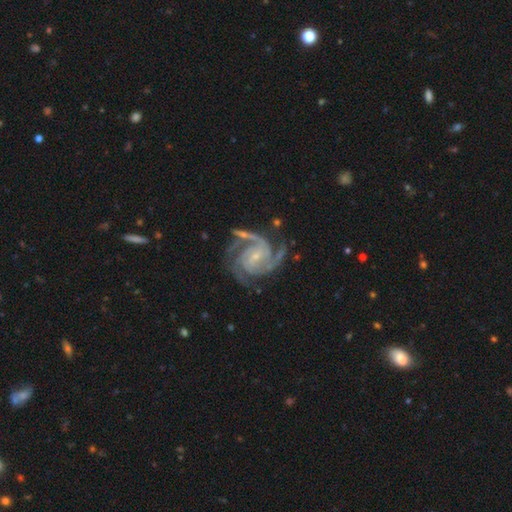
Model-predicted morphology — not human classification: smooth-or-featured: featured or disk: 93% | star or artifact: 4% | smooth: 3%
  disk-edge-on: no: 98% | yes: 2%
    bar: no: 42% | weak: 39% | strong: 19%
    has-spiral-arms: yes: 99% | no: 1%
      spiral-winding: tight: 54% | medium: 42% | loose: 5%
      spiral-arm-count: 3: 50% | 2: 19% | 4: 15% | can't tell: 6% | more than 4: 5% | 1: 5%
    bulge-size: small: 79% | moderate: 14% | none: 4% | large: 1% | dominant: 1%
  merging: none: 67% | minor disturbance: 18% | major disturbance: 10% | merger: 4%